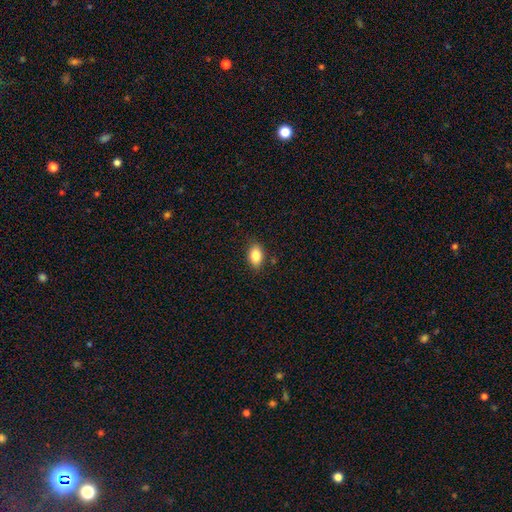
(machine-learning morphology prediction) This appears to be a smooth galaxy with no disk features (84%) that is in between round and cigar-shaped (86%). Merging: none (85%).